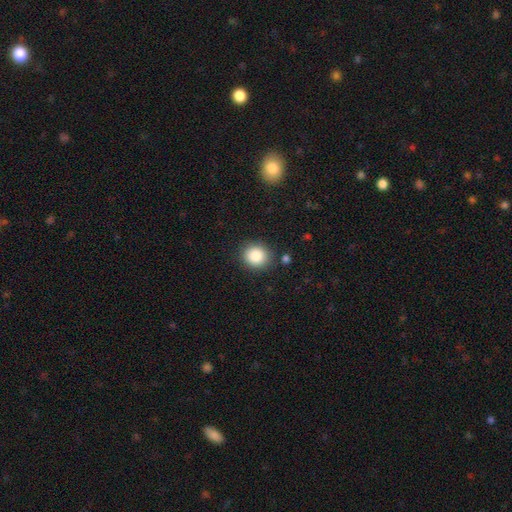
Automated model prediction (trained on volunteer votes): Smooth or featured?
  - smooth: 85% *
  - star or artifact: 9%
  - featured or disk: 5%
How rounded?
  - round: 82% *
  - in between: 17%
  - cigar-shaped: 1%
Merging?
  - none: 86% *
  - minor disturbance: 9%
  - major disturbance: 3%
  - merger: 2%